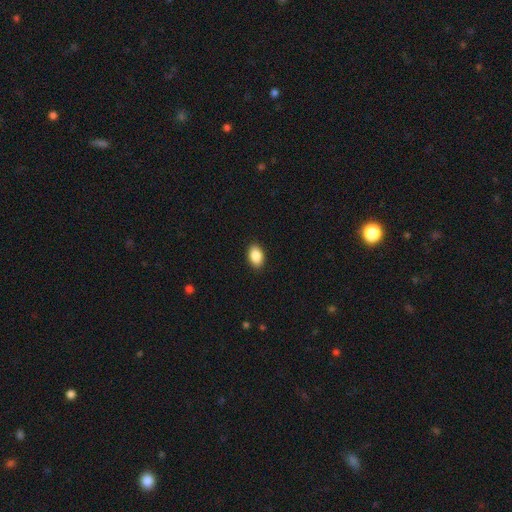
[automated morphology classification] type=smooth (89%); roundness=in between (89%); merging=none (90%).